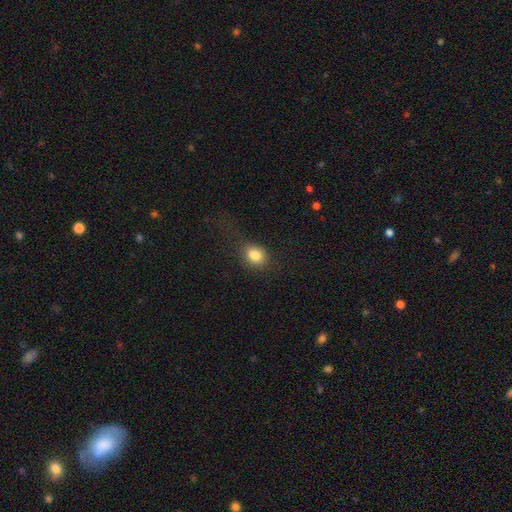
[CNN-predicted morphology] Smooth or featured: smooth — 82% (star or artifact — 10%)
How rounded: in between — 55% (round — 44%)
Merging: none — 64% (minor disturbance — 20%)